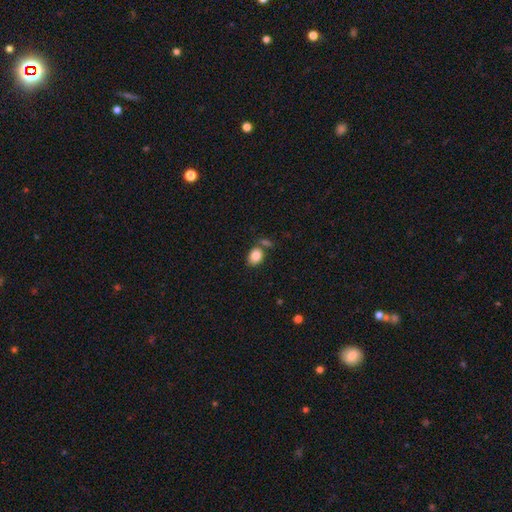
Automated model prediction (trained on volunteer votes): This is clearly a smooth galaxy (85%). How rounded: likely in between (60%). Merging: likely none (64%).